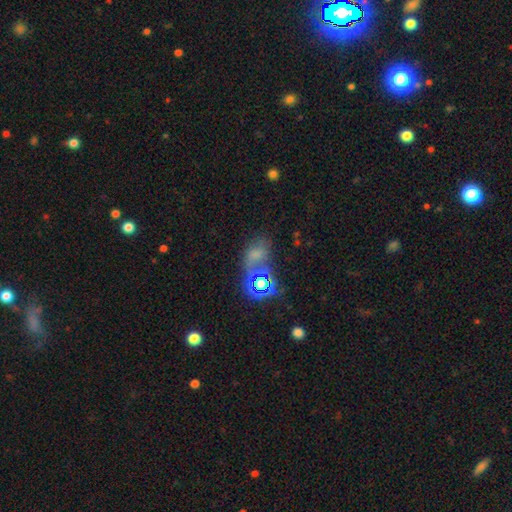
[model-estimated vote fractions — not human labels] Q: Smooth or featured?
A: smooth (45%); runner-up: star or artifact (35%)
Q: Merging?
A: none (39%); runner-up: major disturbance (22%)